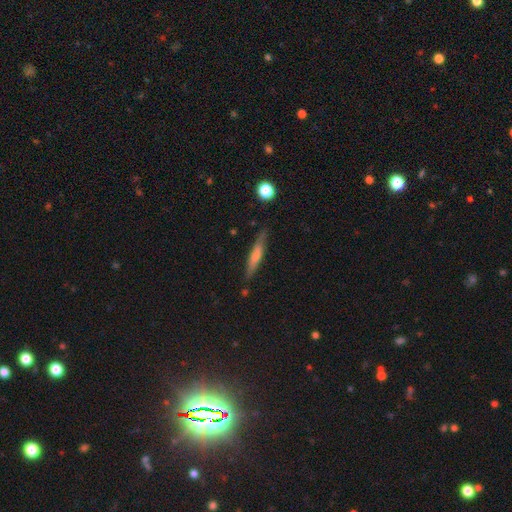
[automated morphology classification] This appears to be a smooth galaxy with no disk features (47%). Merging: none (83%).